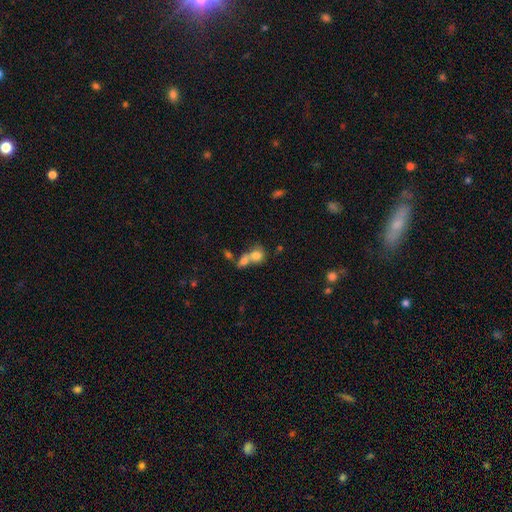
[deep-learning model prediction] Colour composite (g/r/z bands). It shows a smooth galaxy with no disk features (75%) that is round (64%). Merging: merger (62%).